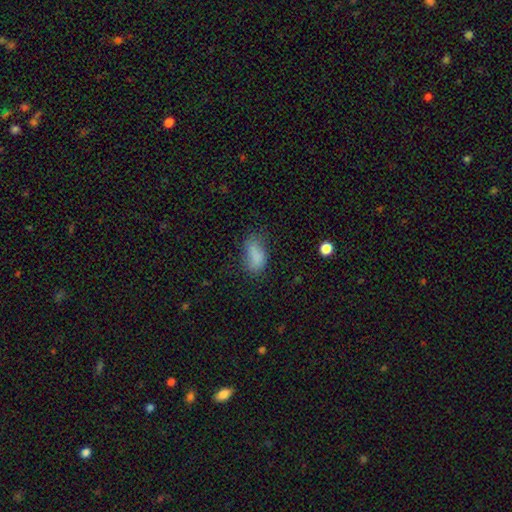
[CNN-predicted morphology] A smooth galaxy with no disk features (78%) that is in between round and cigar-shaped (90%). Merging: none (47%).